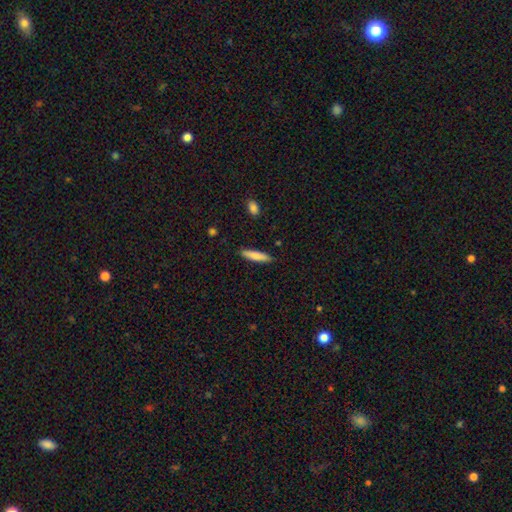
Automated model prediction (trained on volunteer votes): Smooth or featured? smooth (79%)
How rounded? cigar-shaped (82%)
Merging? none (88%)